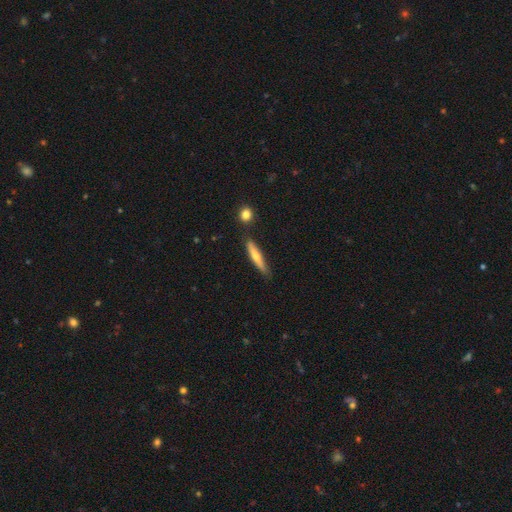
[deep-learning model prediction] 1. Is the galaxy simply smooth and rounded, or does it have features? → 51% smooth, 43% featured or disk, 6% star or artifact.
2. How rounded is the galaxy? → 89% cigar-shaped, 9% in between, 2% round.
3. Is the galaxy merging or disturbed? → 80% none, 14% minor disturbance, 4% merger, 2% major disturbance.